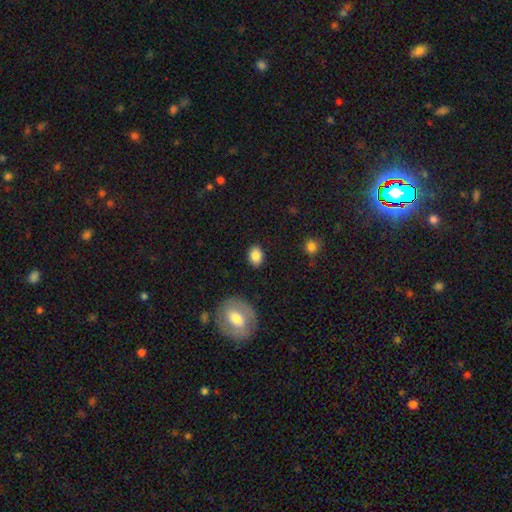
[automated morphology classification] This is clearly a smooth galaxy (86%). How rounded: likely in between (69%). Merging: clearly none (87%).